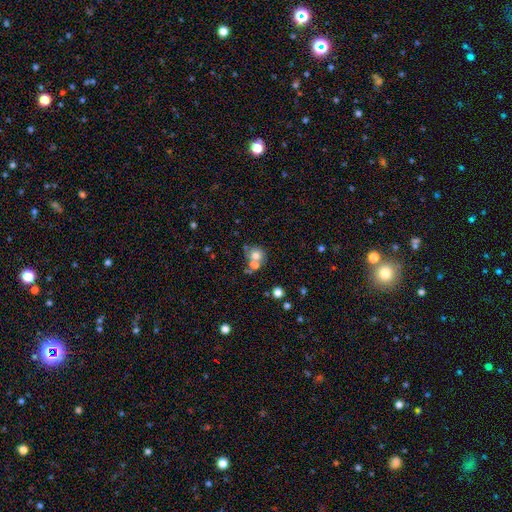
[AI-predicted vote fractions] Morphology: type=smooth (71%); roundness=round (80%); merging=merger (43%).